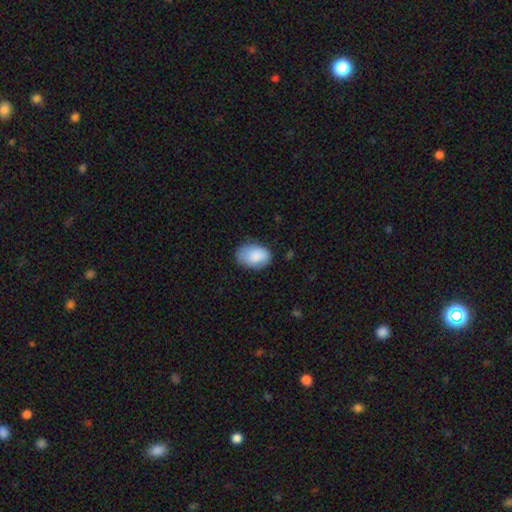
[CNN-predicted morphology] smooth-or-featured: smooth: 86% | featured or disk: 7% | star or artifact: 6%
  how-rounded: in between: 86% | round: 13% | cigar-shaped: 1%
  merging: none: 73% | minor disturbance: 21% | major disturbance: 5% | merger: 1%